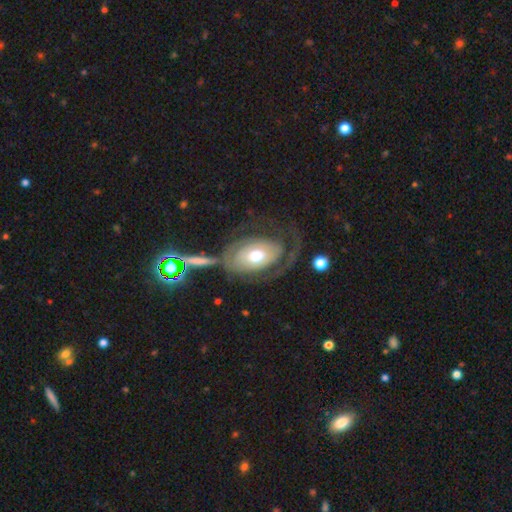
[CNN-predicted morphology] This appears to be a featured or disk galaxy (71%) with no bar (75%), 2 (43%) tight (52%) spiral arms (80%) and a moderate central bulge (65%). Merging: none (47%).